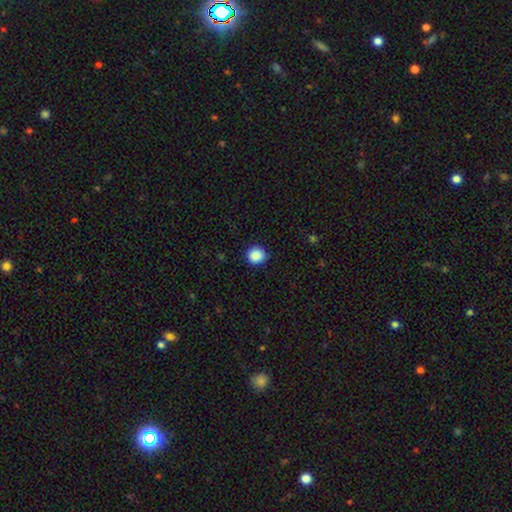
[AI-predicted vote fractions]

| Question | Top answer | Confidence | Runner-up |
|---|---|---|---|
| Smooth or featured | smooth | 87% | star or artifact (10%) |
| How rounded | round | 90% | in between (9%) |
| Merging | none | 88% | minor disturbance (9%) |